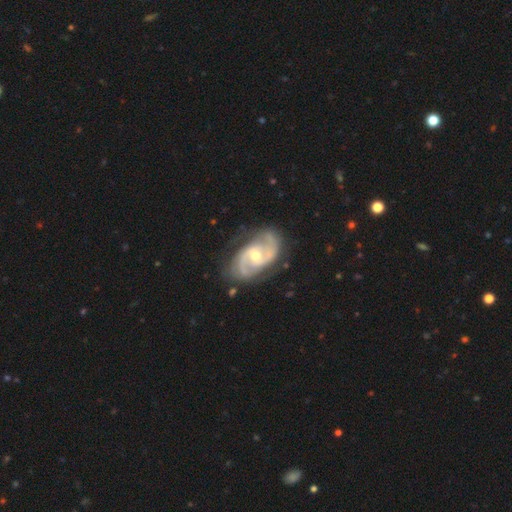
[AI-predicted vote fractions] The model was most divided on "bar": no: 45%, weak: 42%, strong: 13%. More confident: spiral arms — yes (97%); edge-on disk — no (97%); smooth or featured — featured or disk (90%); spiral arm count — 2 (84%); merging — none (75%); bulge size — moderate (61%); spiral winding — medium (52%).